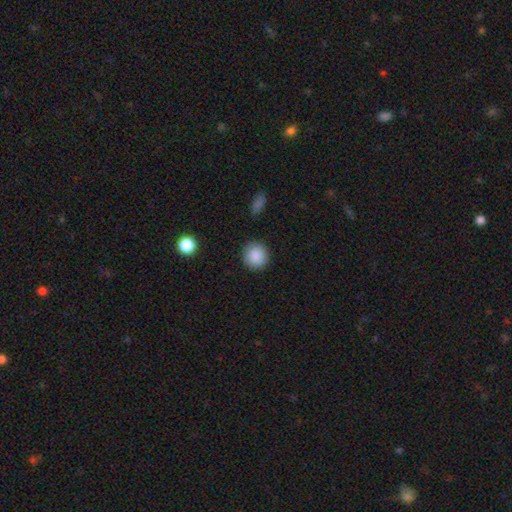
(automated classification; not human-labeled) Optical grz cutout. It shows a smooth galaxy with no disk features (89%) that is round (91%). Merging: none (89%).